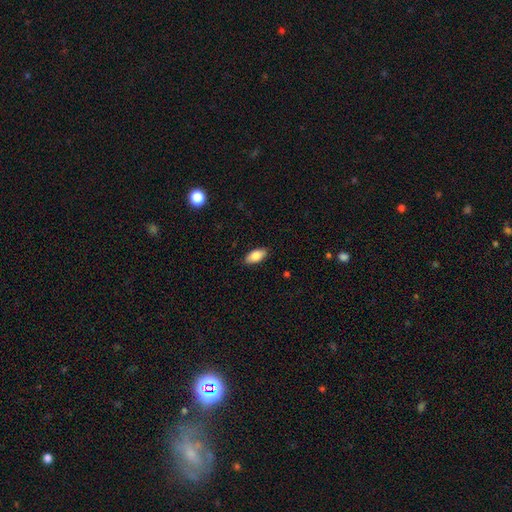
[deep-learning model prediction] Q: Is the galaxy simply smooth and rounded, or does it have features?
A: smooth — 83%.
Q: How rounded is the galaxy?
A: in between — 91%.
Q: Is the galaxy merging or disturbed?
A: none — 88%.